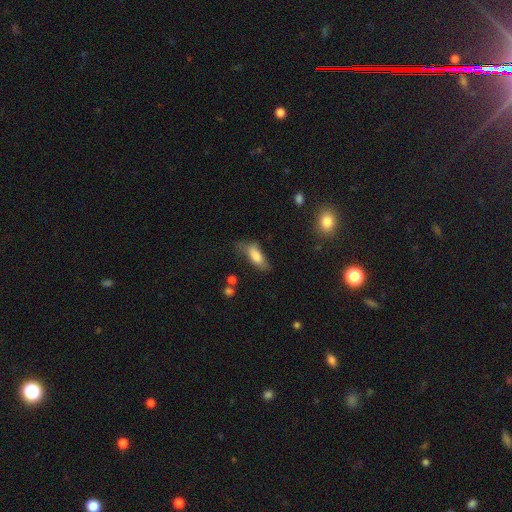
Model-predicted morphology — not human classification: A smooth galaxy with no disk features (77%) that is in between round and cigar-shaped (76%).

Vote fractions:
- Smooth or featured? smooth: 77% / featured or disk: 15% / star or artifact: 8%
- How rounded? in between: 76% / cigar-shaped: 21% / round: 3%
- Merging? none: 51% / minor disturbance: 31% / major disturbance: 15% / merger: 4%